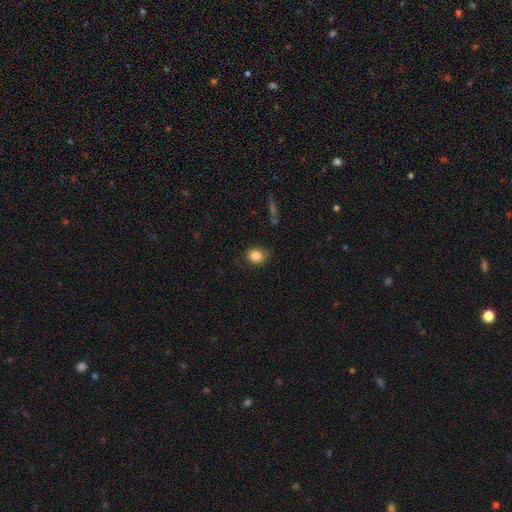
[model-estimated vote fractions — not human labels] smooth_or_featured: smooth (p=0.84) [alt: star or artifact p=0.10]
how_rounded: round (p=0.69) [alt: in between p=0.30]
merging: none (p=0.75) [alt: minor disturbance p=0.19]